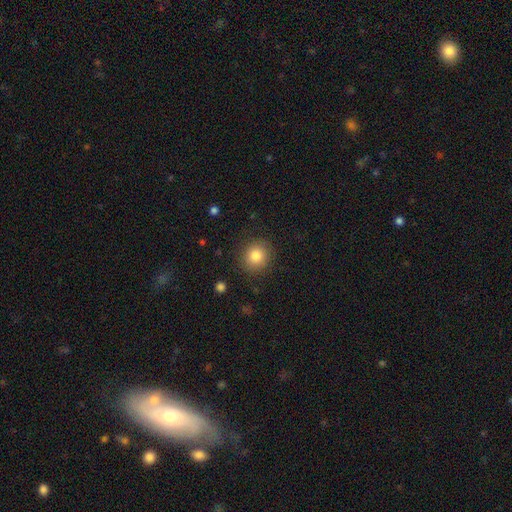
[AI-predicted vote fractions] A smooth galaxy with no disk features (82%) that is round (88%). Merging: none (88%).